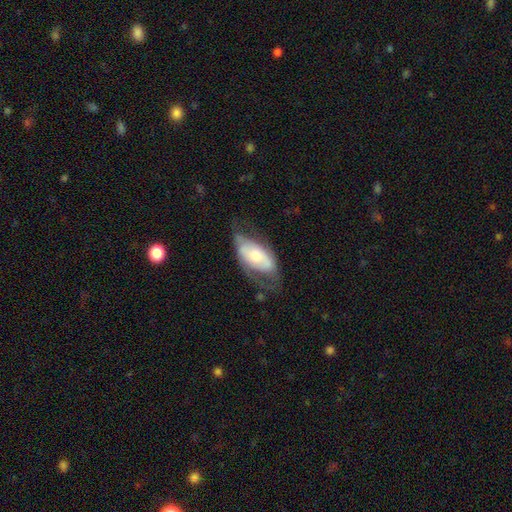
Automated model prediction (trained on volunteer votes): A featured or disk galaxy (55%). Merging: none (50%).